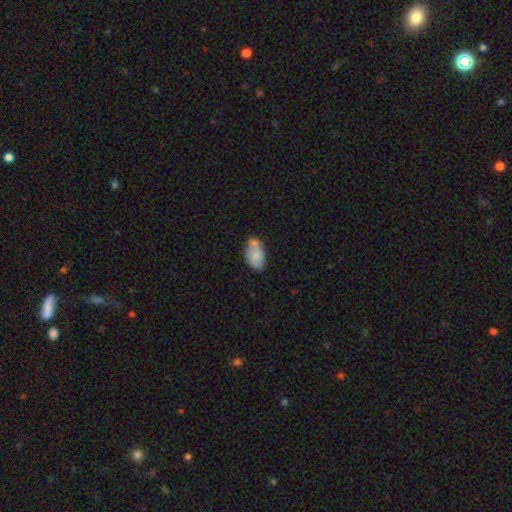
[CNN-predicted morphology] Overall: smooth (75%). How rounded: in between (91%). Merging: none (43%; merger 27%).